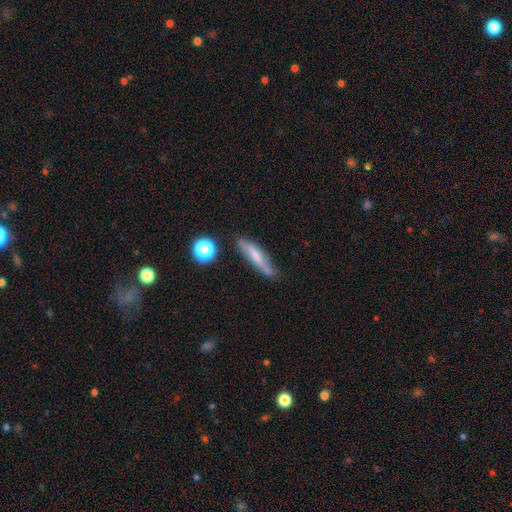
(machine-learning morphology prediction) Q: Smooth or featured?
A: smooth (58%); runner-up: featured or disk (32%)
Q: How rounded?
A: cigar-shaped (80%); runner-up: in between (17%)
Q: Merging?
A: none (64%); runner-up: minor disturbance (24%)